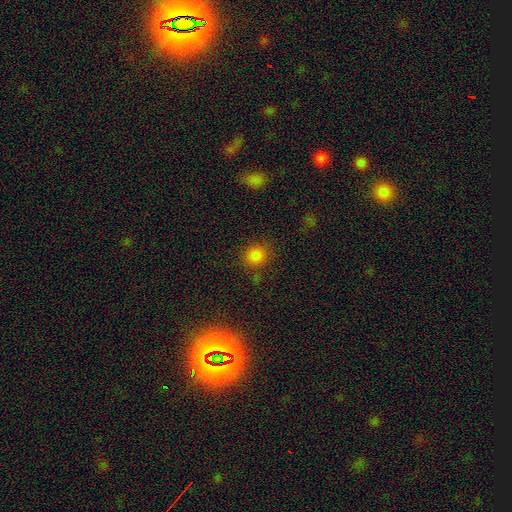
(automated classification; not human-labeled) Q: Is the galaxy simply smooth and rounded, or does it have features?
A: smooth — 82%.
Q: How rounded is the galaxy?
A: round — 86%.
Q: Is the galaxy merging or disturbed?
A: none — 80%.